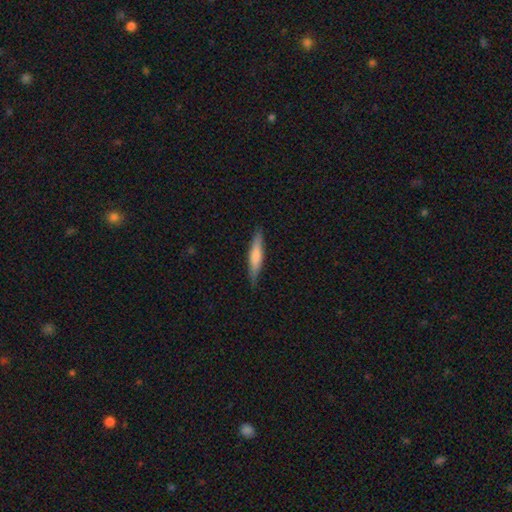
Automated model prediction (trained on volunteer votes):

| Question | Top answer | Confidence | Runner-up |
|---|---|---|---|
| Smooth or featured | smooth | 62% | featured or disk (33%) |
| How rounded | cigar-shaped | 89% | in between (9%) |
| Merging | none | 87% | minor disturbance (10%) |